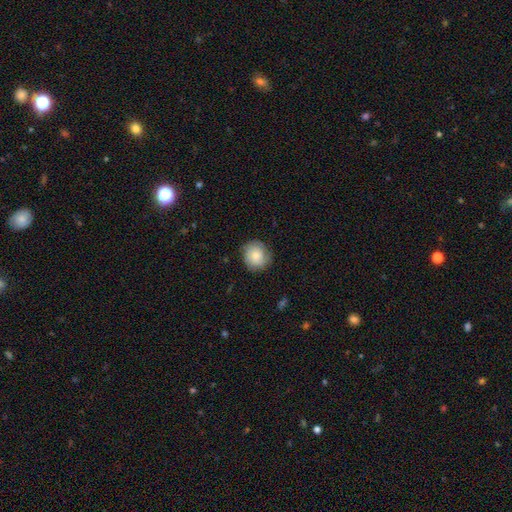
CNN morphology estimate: This appears to be a smooth galaxy with no disk features (67%) that is round (85%). Merging: none (79%).